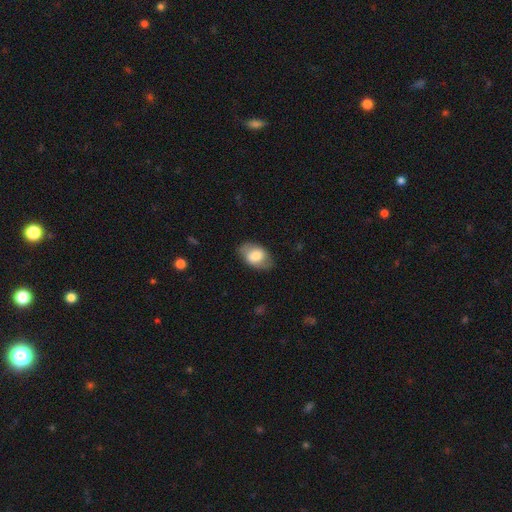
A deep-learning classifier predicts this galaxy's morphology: Smooth or featured? Predicted: smooth (p=0.72). How rounded? Predicted: in between (p=0.88). Merging? Predicted: none (p=0.78).